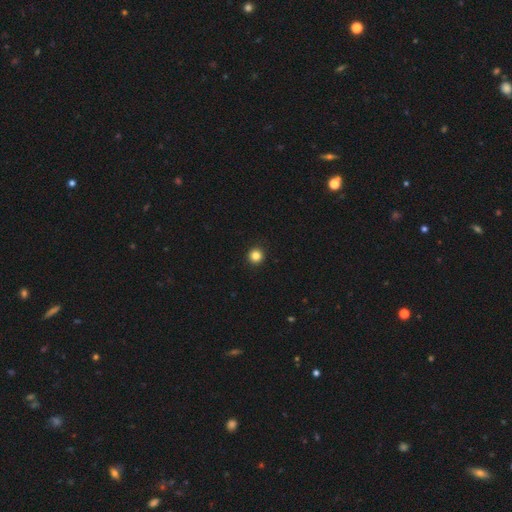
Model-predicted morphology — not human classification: Smooth or featured: smooth — 84% (star or artifact — 12%)
How rounded: round — 95% (in between — 4%)
Merging: none — 94% (minor disturbance — 4%)